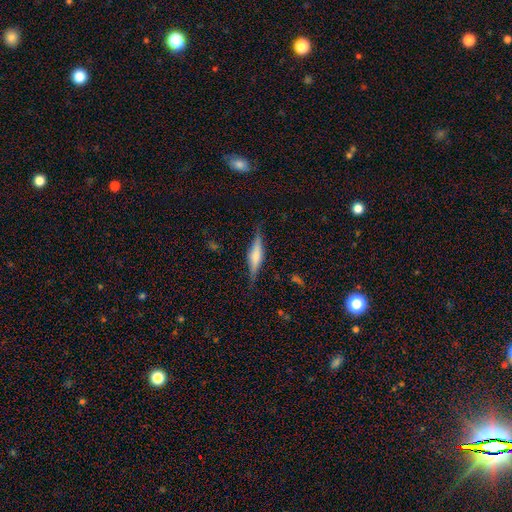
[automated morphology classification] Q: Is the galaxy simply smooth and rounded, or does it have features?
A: featured or disk — 59%.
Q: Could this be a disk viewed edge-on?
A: yes — 95%.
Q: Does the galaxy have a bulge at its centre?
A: rounded — 63%.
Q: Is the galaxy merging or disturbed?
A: none — 83%.